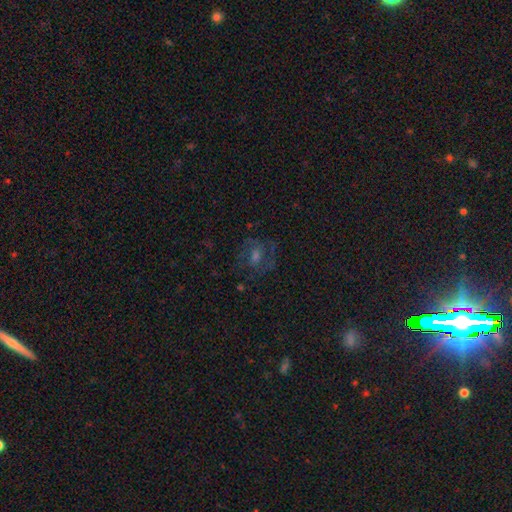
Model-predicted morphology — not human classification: type=featured or disk (49%); merging=none (70%).